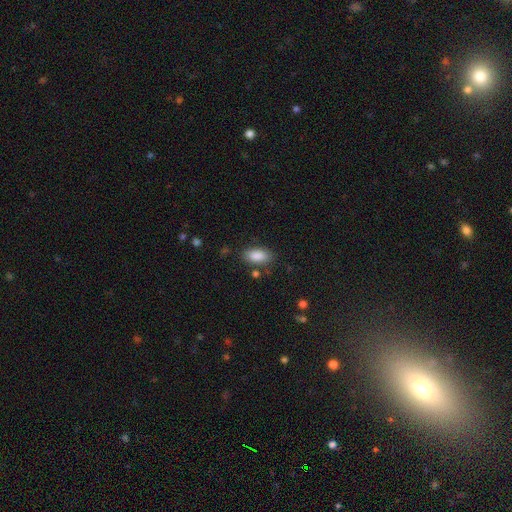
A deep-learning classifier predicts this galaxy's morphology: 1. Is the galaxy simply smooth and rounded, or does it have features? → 88% smooth, 7% star or artifact, 5% featured or disk.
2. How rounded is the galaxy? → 92% in between, 4% round, 4% cigar-shaped.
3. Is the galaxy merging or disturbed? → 80% none, 13% minor disturbance, 4% major disturbance, 3% merger.